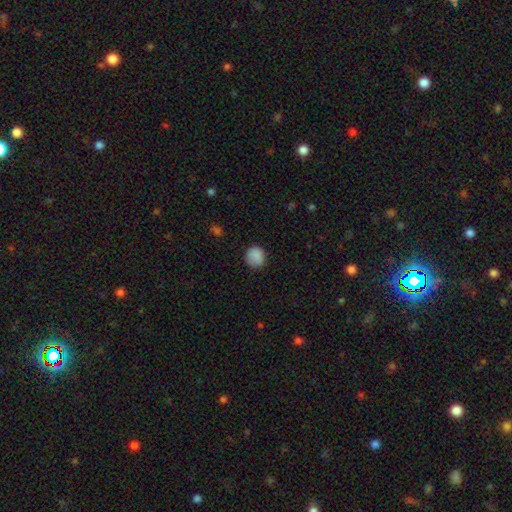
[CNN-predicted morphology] The model was most divided on "merging": none: 80%, minor disturbance: 15%, major disturbance: 4%, merger: 1%. More confident: smooth or featured — smooth (86%); how rounded — round (85%).